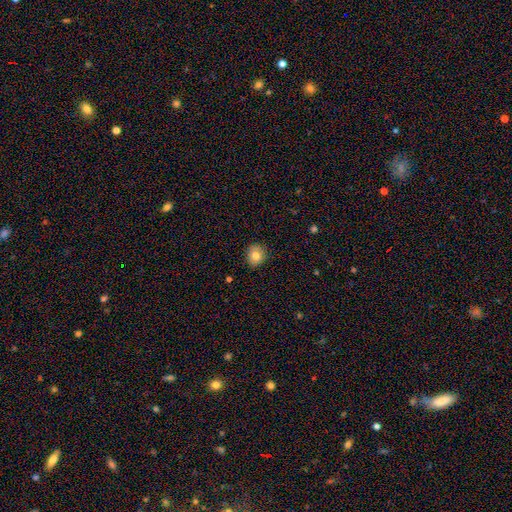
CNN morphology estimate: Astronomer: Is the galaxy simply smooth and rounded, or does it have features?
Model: smooth — 80%.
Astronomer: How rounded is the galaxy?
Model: round — 79%.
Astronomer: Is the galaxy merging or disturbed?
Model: none — 88%.